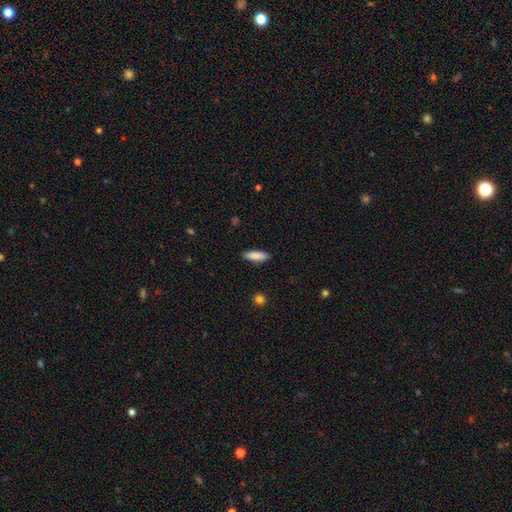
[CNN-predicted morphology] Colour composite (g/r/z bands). It shows a smooth galaxy with no disk features (85%) that is cigar-shaped (51%). Merging: none (89%).